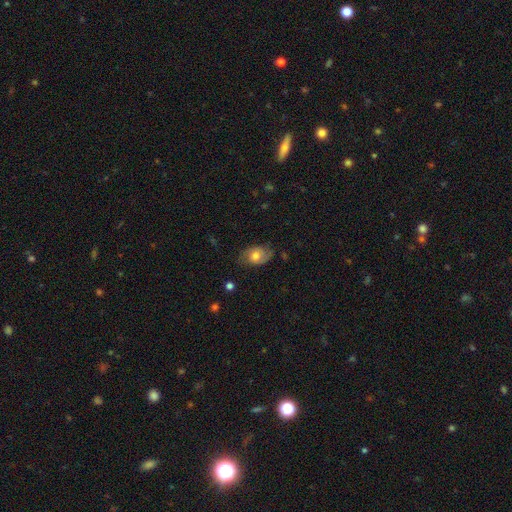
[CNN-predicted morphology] smooth_or_featured: smooth (p=0.49) [alt: featured or disk p=0.43]
merging: none (p=0.68) [alt: minor disturbance p=0.23]